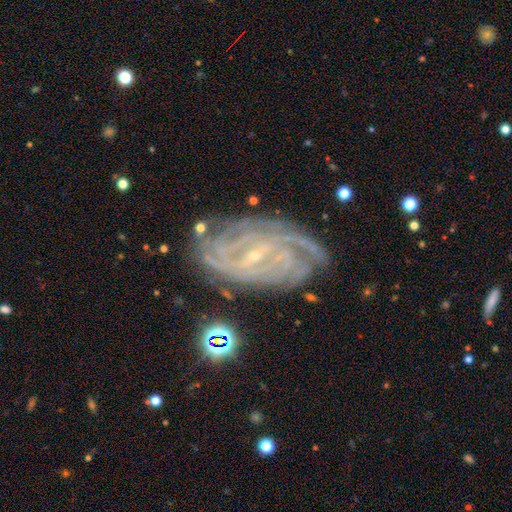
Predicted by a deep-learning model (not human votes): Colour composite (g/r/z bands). It shows a featured or disk galaxy (87%) with a weak bar (44%), tight (75%) spiral arms (97%) and a small central bulge (84%). Merging: none (75%).